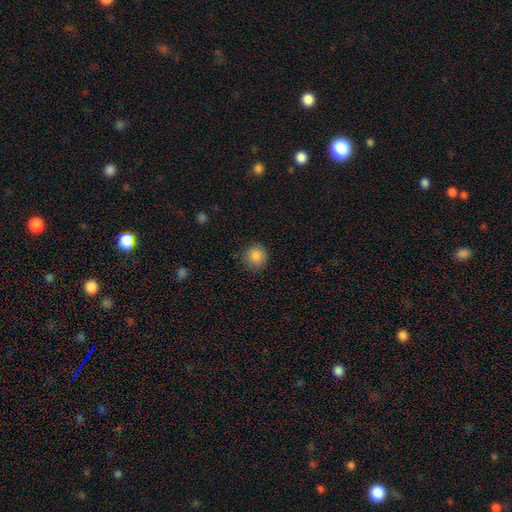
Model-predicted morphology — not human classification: smooth-or-featured: smooth: 86% | star or artifact: 10% | featured or disk: 4%
  how-rounded: round: 92% | in between: 7% | cigar-shaped: 1%
  merging: none: 84% | minor disturbance: 12% | major disturbance: 3% | merger: 1%